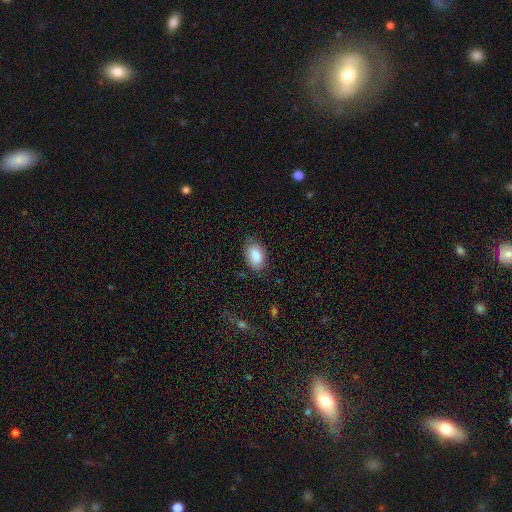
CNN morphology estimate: Smooth or featured? Predicted: smooth (p=0.86). How rounded? Predicted: in between (p=0.91). Merging? Predicted: none (p=0.78).